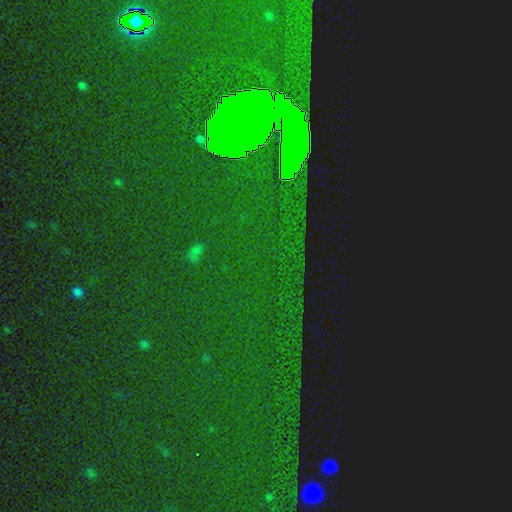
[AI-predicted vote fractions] The model was most divided on "smooth or featured": star or artifact: 83%, smooth: 9%, featured or disk: 8%.